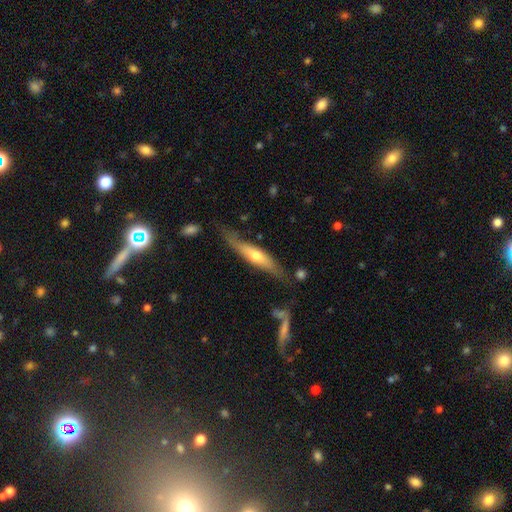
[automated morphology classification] This appears to be a featured or disk galaxy (54%) viewed edge-on (79%). Merging: none (64%).